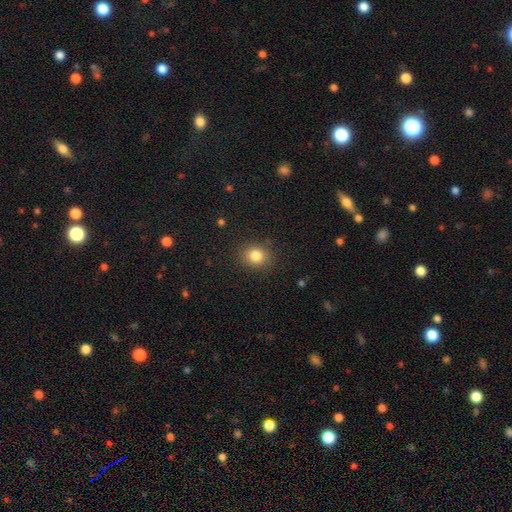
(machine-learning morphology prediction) smooth 83%, star or artifact 11%, featured or disk 6%. Down the decision tree: how rounded — round (72%); merging — none (88%).